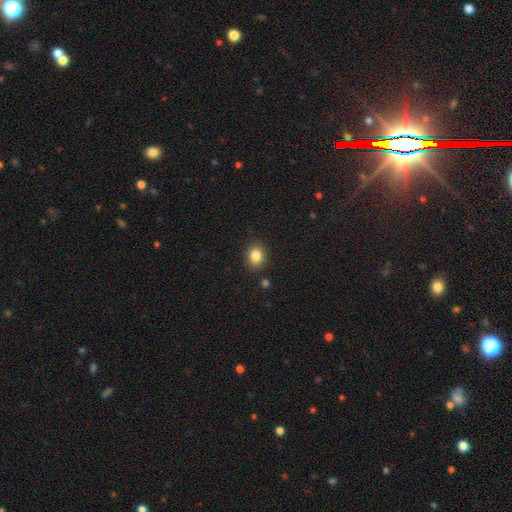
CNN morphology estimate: Smooth or featured? Predicted: smooth (p=0.84). How rounded? Predicted: in between (p=0.51). Merging? Predicted: none (p=0.87).